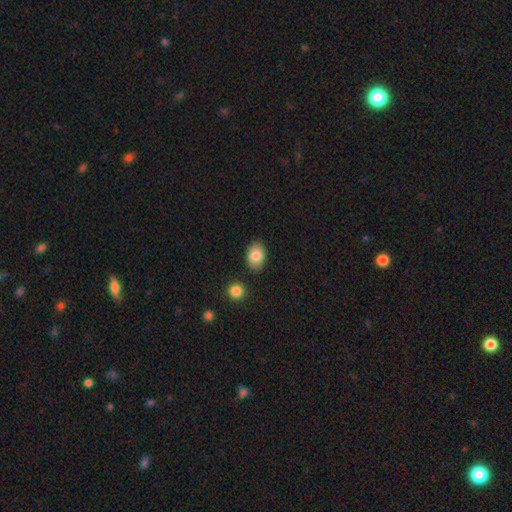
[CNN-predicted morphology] Smooth or featured?
  - smooth: 84% *
  - featured or disk: 8%
  - star or artifact: 7%
How rounded?
  - in between: 81% *
  - round: 18%
  - cigar-shaped: 1%
Merging?
  - none: 84% *
  - minor disturbance: 11%
  - merger: 3%
  - major disturbance: 2%